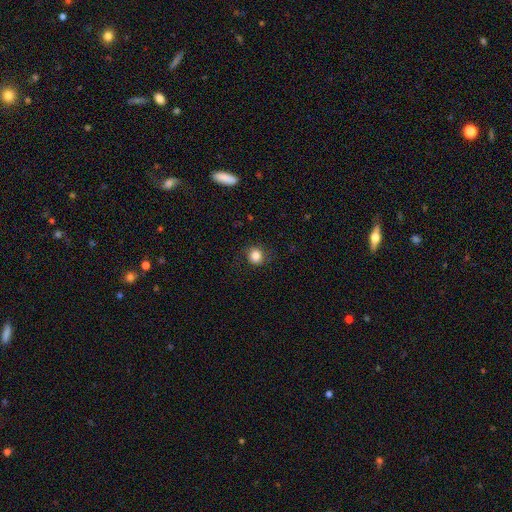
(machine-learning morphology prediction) A smooth galaxy with no disk features (83%) that is round (88%).

Vote fractions:
- Smooth or featured? smooth: 83% / star or artifact: 10% / featured or disk: 7%
- How rounded? round: 88% / in between: 11% / cigar-shaped: 1%
- Merging? none: 82% / minor disturbance: 12% / major disturbance: 5% / merger: 1%